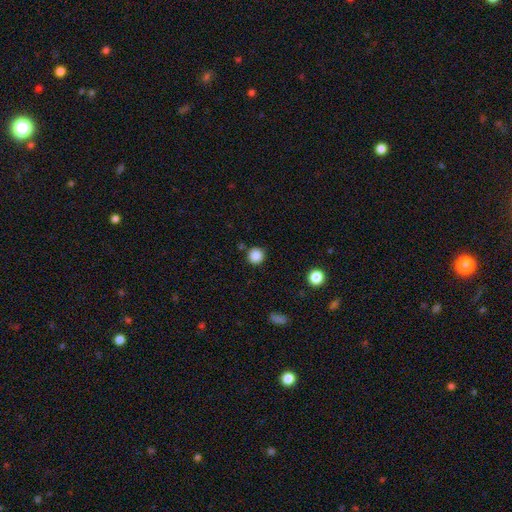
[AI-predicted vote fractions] A smooth galaxy with no disk features (86%) that is round (93%). Merging: none (85%).